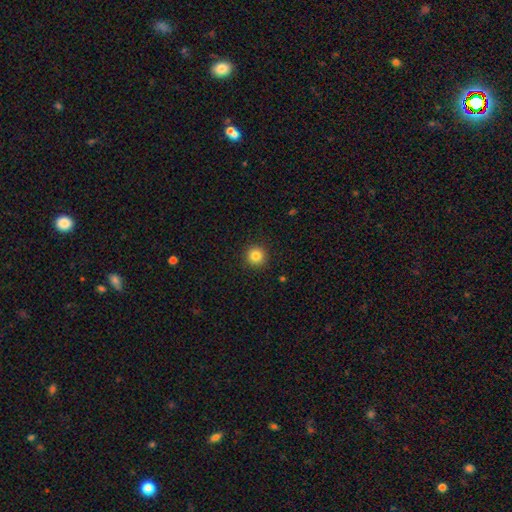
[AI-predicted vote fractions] Morphology: type=smooth (84%); roundness=round (95%); merging=none (92%).